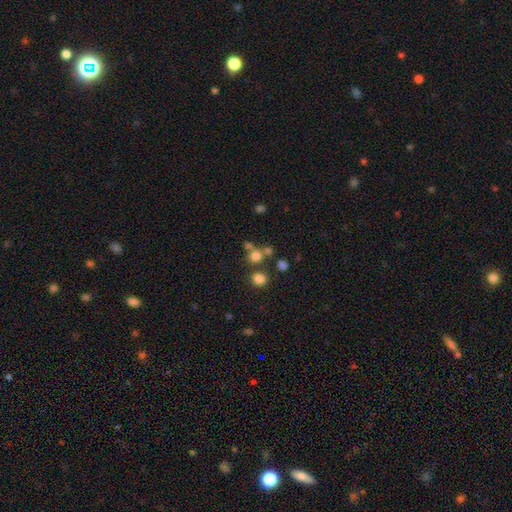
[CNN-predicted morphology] Smooth or featured? Predicted: smooth (p=0.73). How rounded? Predicted: round (p=0.88). Merging? Predicted: none (p=0.62).